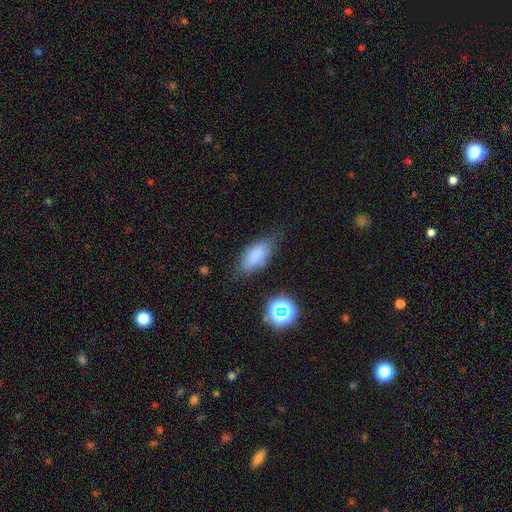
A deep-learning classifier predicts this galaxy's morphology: This is clearly a smooth galaxy (80%). How rounded: clearly in between (87%). Merging: likely none (64%).